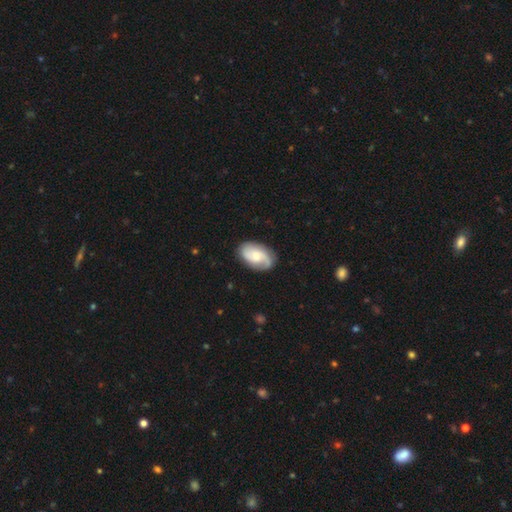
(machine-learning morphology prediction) This is likely a featured or disk galaxy (66%). It is clearly not viewed edge-on (96%). Bar: likely no (63%). Spiral arm pattern: clearly yes (92%). Spiral arm count: likely 2 (70%). Spiral winding: marginally medium (41%). Central bulge: possibly moderate (49%). Merging: likely none (79%).